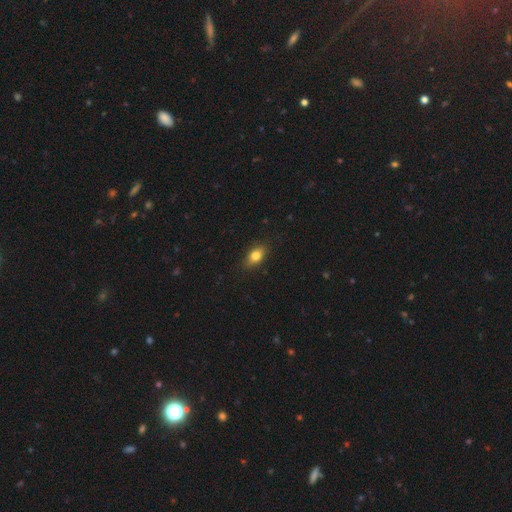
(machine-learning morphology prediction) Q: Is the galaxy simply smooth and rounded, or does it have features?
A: smooth — 81%.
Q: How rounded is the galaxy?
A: in between — 82%.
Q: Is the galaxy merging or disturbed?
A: none — 85%.